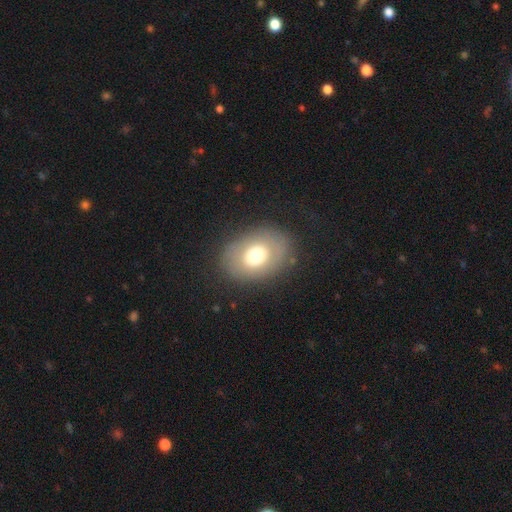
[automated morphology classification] This appears to be a smooth galaxy with no disk features (62%) that is in between round and cigar-shaped (71%). Merging: none (81%).